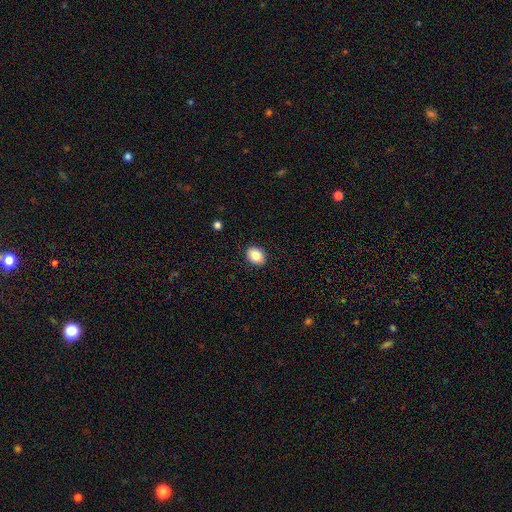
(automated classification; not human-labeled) This appears to be a smooth galaxy with no disk features (84%) that is in between round and cigar-shaped (57%). Merging: none (90%).